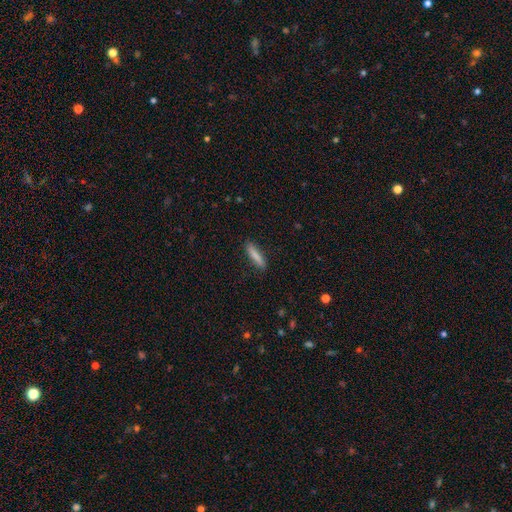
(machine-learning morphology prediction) smooth 83%, featured or disk 11%, star or artifact 6%. Down the decision tree: how rounded — cigar-shaped (85%); merging — none (86%).